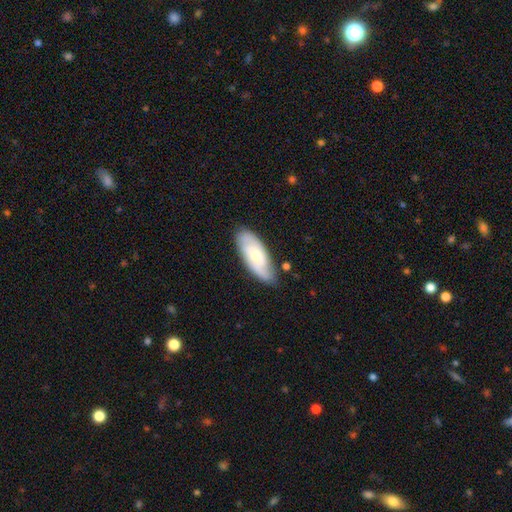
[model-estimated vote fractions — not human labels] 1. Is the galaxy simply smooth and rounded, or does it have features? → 50% featured or disk, 44% smooth, 6% star or artifact.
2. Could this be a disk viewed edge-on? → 84% no, 16% yes.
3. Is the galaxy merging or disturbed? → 78% none, 16% minor disturbance, 3% major disturbance, 2% merger.